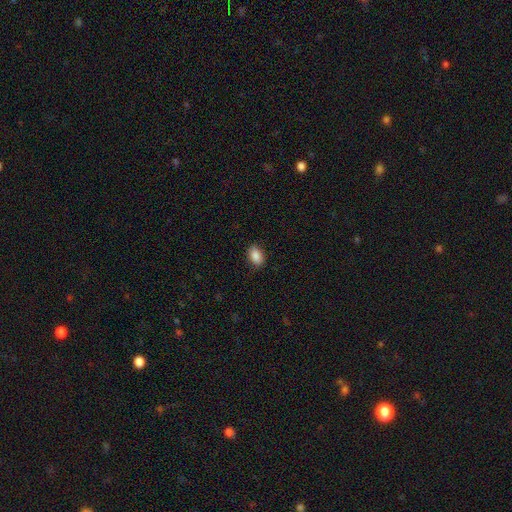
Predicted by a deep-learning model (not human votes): Overall: smooth (88%). How rounded: in between (86%). Merging: none (87%).